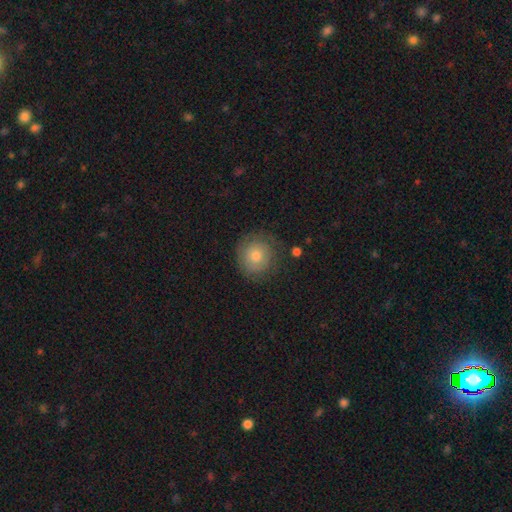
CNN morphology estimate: The model was most divided on "smooth or featured": smooth: 57%, featured or disk: 33%, star or artifact: 10%. More confident: how rounded — round (90%); merging — none (77%).